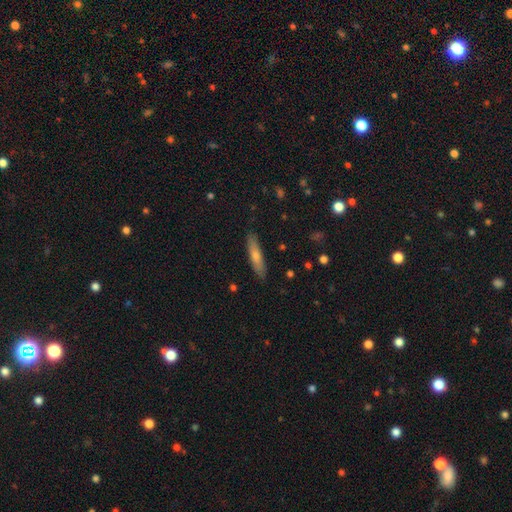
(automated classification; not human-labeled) smooth_or_featured: smooth (p=0.69) [alt: featured or disk p=0.25]
how_rounded: cigar-shaped (p=0.81) [alt: in between p=0.18]
merging: none (p=0.86) [alt: minor disturbance p=0.11]